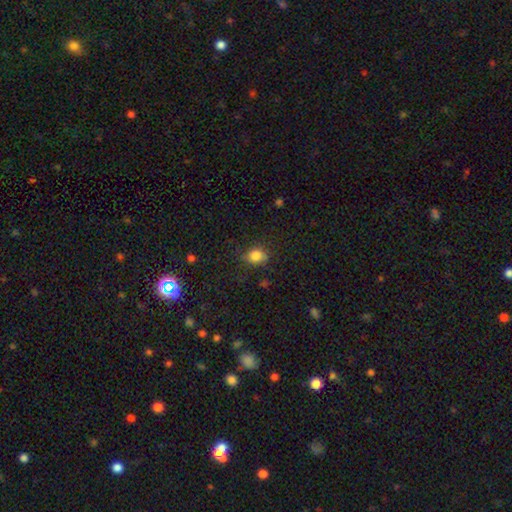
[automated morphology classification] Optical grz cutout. It shows a smooth galaxy with no disk features (82%) that is round (55%). Merging: none (74%).